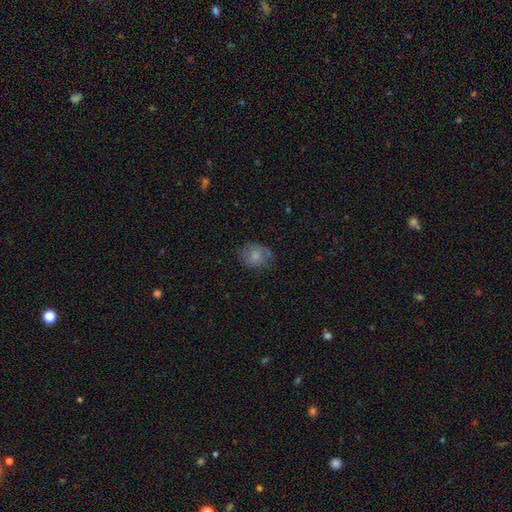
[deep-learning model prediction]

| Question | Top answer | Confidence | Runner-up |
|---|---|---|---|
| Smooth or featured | smooth | 74% | featured or disk (18%) |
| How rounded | round | 55% | in between (44%) |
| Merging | none | 73% | minor disturbance (20%) |